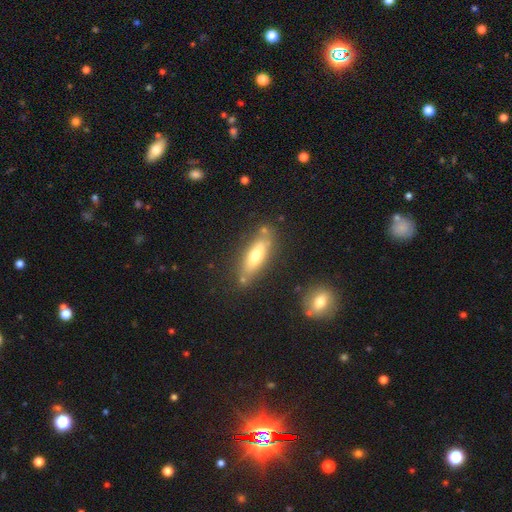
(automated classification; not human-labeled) Smooth or featured? smooth (60%)
How rounded? in between (53%)
Merging? none (74%)